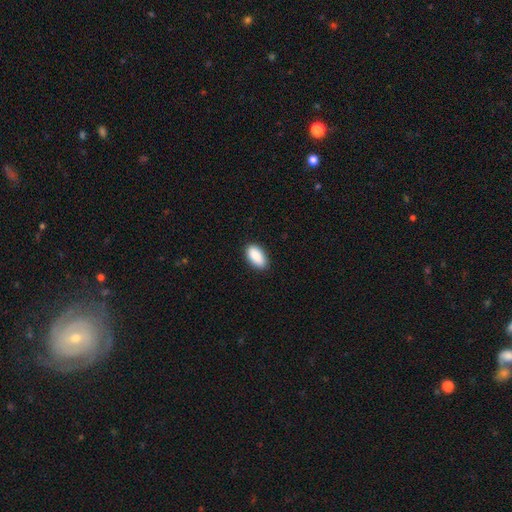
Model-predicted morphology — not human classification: Smooth or featured?
  - smooth: 91% *
  - star or artifact: 6%
  - featured or disk: 3%
How rounded?
  - in between: 94% *
  - cigar-shaped: 3%
  - round: 3%
Merging?
  - none: 88% *
  - minor disturbance: 9%
  - major disturbance: 2%
  - merger: 1%